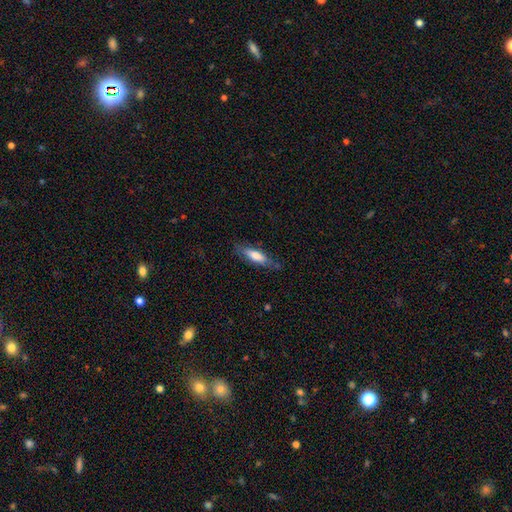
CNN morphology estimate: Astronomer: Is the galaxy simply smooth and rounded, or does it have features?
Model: smooth — 65%.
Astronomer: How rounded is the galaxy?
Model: cigar-shaped — 56% (runner-up: in between, 43%).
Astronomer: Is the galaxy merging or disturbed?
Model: none — 73%.